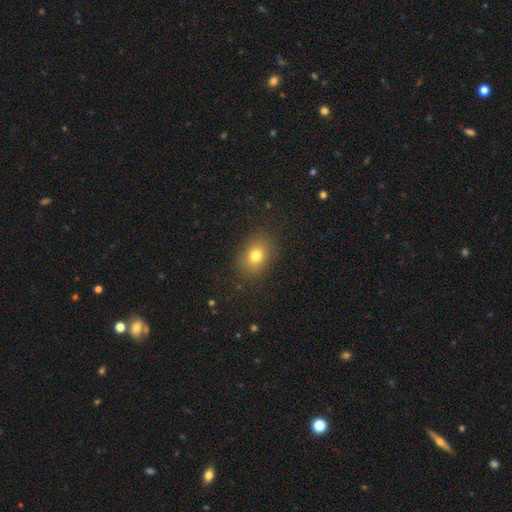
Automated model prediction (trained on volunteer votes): Smooth or featured? smooth (77%)
How rounded? in between (60%)
Merging? none (84%)